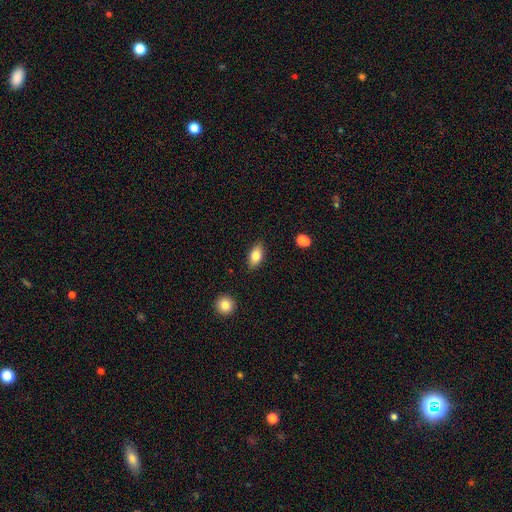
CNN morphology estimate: Smooth or featured? Predicted: smooth (p=0.79). How rounded? Predicted: in between (p=0.88). Merging? Predicted: none (p=0.85).